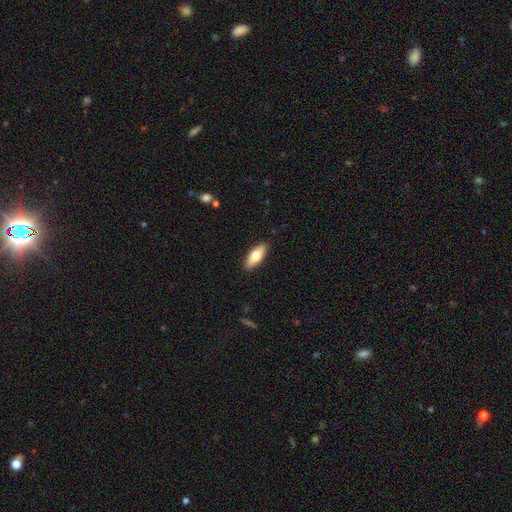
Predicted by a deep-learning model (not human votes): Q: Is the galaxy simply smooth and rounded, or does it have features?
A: smooth — 71%.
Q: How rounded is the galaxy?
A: in between — 79%.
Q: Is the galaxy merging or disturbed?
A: none — 89%.